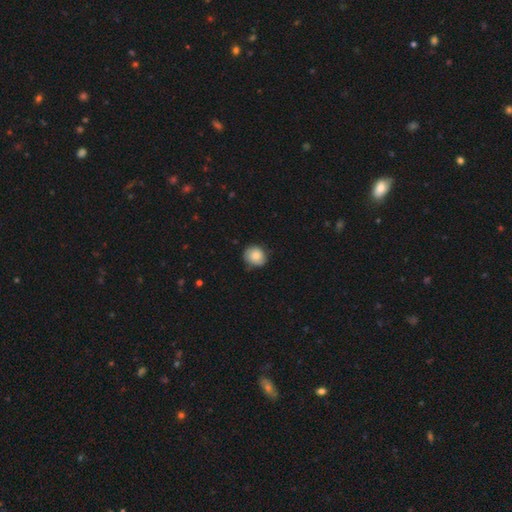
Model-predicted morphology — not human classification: smooth_or_featured: smooth (p=0.80) [alt: featured or disk p=0.13]
how_rounded: round (p=0.79) [alt: in between p=0.20]
merging: none (p=0.74) [alt: minor disturbance p=0.21]